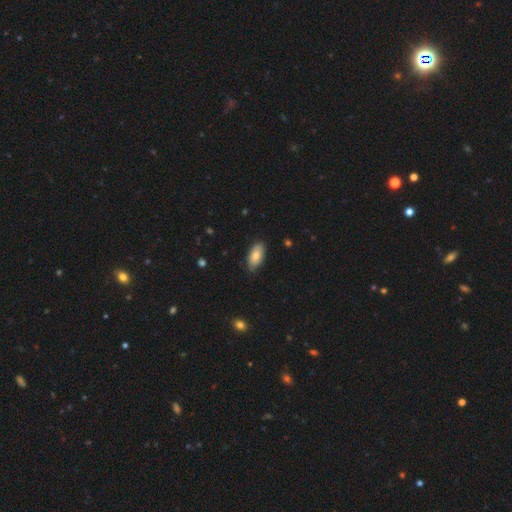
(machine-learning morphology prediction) Overall: smooth (83%). How rounded: in between (92%). Merging: none (82%).